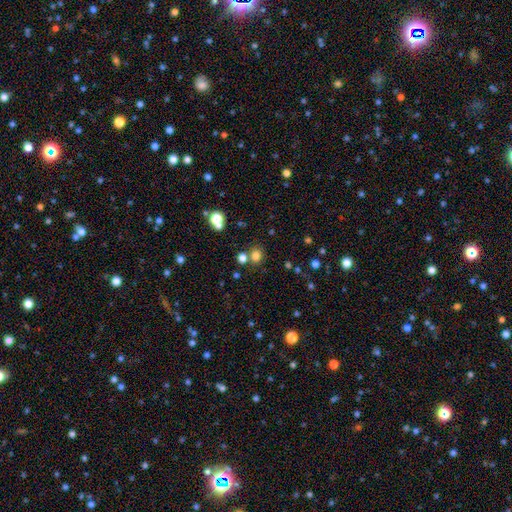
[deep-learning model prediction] Overall: smooth (77%). How rounded: round (77%). Merging: none (73%).